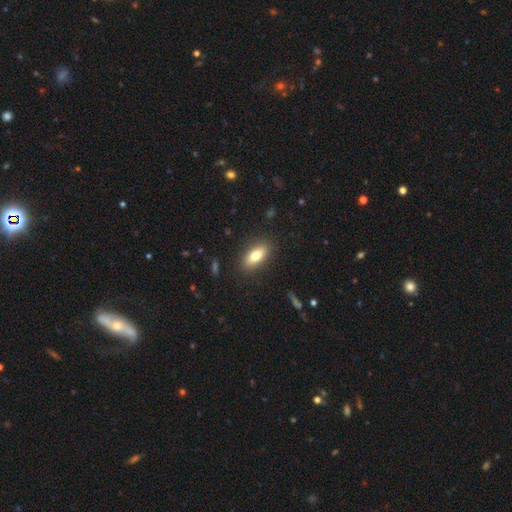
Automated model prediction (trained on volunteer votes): The model was most divided on "smooth or featured": smooth: 76%, featured or disk: 17%, star or artifact: 7%. More confident: merging — none (87%); how rounded — in between (80%).